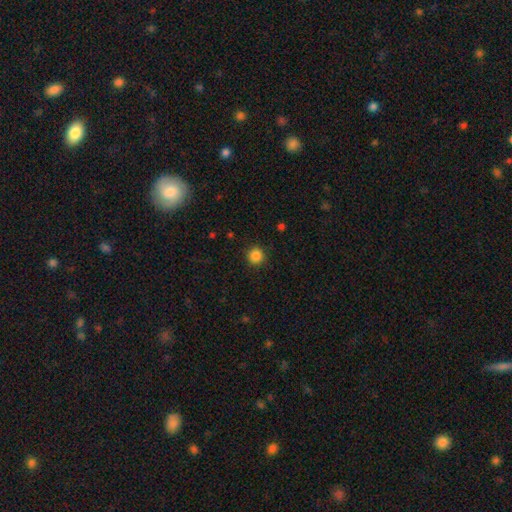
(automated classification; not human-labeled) The model was most divided on "smooth or featured": smooth: 86%, star or artifact: 11%, featured or disk: 3%. More confident: how rounded — round (94%); merging — none (91%).